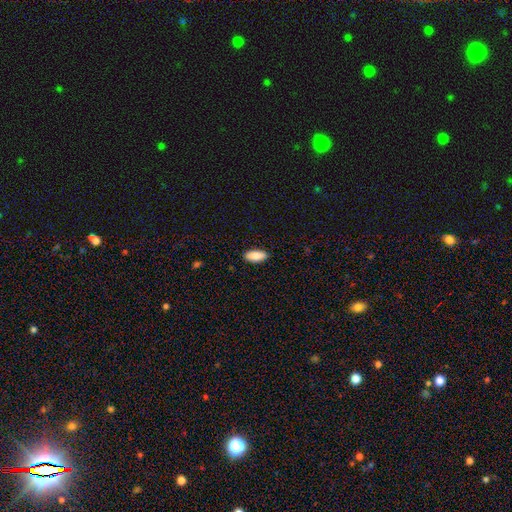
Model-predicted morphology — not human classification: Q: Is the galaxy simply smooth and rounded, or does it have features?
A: smooth — 87%.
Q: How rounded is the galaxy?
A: in between — 86%.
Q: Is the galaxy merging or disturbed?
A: none — 89%.